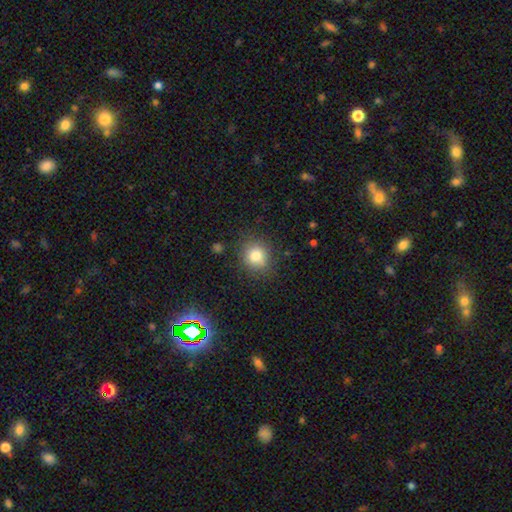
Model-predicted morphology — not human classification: Smooth or featured?
  - smooth: 80% *
  - star or artifact: 12%
  - featured or disk: 8%
How rounded?
  - round: 80% *
  - in between: 19%
  - cigar-shaped: 1%
Merging?
  - none: 82% *
  - minor disturbance: 12%
  - major disturbance: 4%
  - merger: 2%